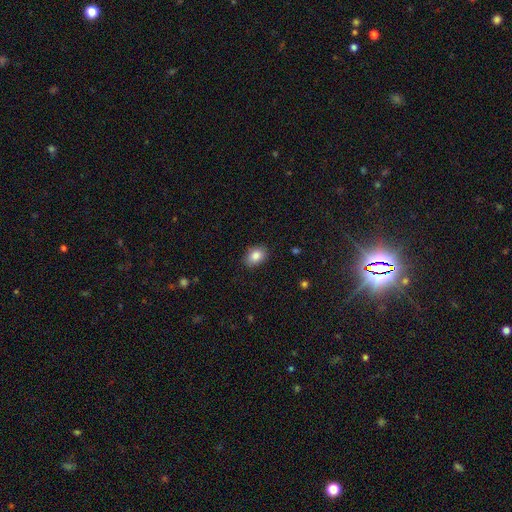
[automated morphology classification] smooth 86%, star or artifact 8%, featured or disk 6%. Down the decision tree: how rounded — in between (78%); merging — none (87%).